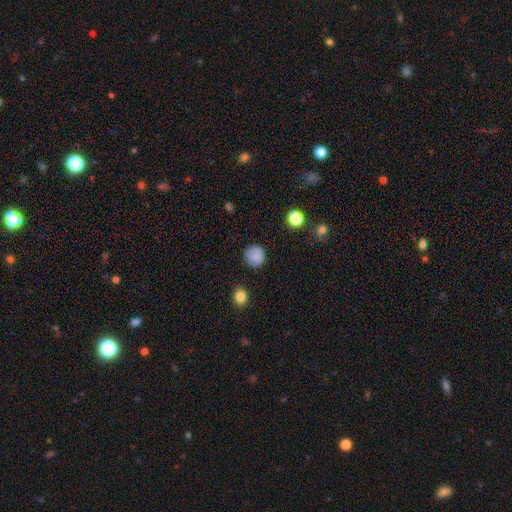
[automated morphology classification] Smooth or featured?
  - smooth: 84% *
  - star or artifact: 10%
  - featured or disk: 6%
How rounded?
  - round: 91% *
  - in between: 8%
  - cigar-shaped: 1%
Merging?
  - none: 83% *
  - minor disturbance: 12%
  - major disturbance: 3%
  - merger: 1%